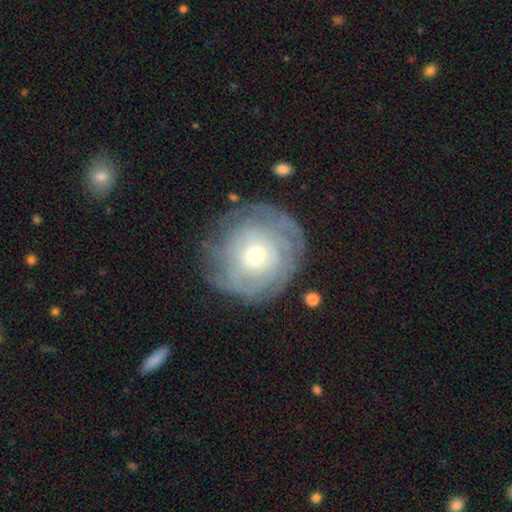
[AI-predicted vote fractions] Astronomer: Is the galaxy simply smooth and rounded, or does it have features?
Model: featured or disk — 74%.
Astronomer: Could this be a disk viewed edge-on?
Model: no — 97%.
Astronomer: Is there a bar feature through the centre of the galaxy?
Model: no — 83%.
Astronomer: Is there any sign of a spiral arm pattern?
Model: yes — 86%.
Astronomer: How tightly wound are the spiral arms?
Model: tight — 80%.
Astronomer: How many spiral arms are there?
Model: can't tell — 52%.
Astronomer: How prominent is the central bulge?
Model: small — 54% (runner-up: moderate, 40%).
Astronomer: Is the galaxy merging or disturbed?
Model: none — 76%.